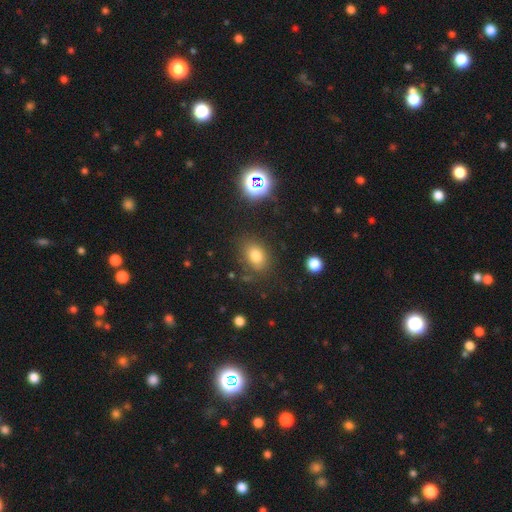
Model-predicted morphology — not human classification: Smooth or featured: smooth — 77% (star or artifact — 13%)
How rounded: in between — 72% (round — 27%)
Merging: none — 79% (minor disturbance — 13%)